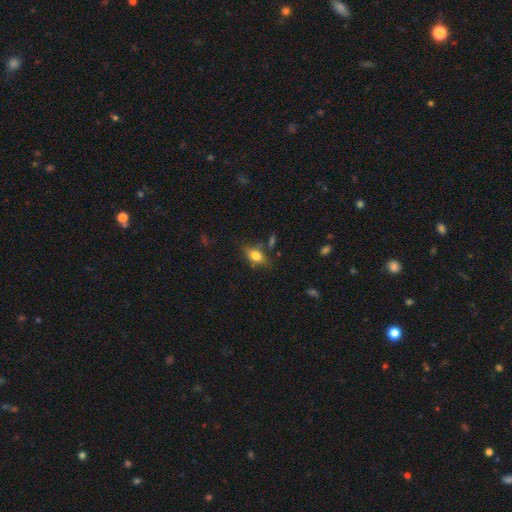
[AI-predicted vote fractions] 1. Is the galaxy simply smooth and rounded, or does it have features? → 76% smooth, 15% featured or disk, 9% star or artifact.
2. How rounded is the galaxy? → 81% in between, 13% round, 6% cigar-shaped.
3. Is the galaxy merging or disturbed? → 66% none, 21% minor disturbance, 6% merger, 6% major disturbance.